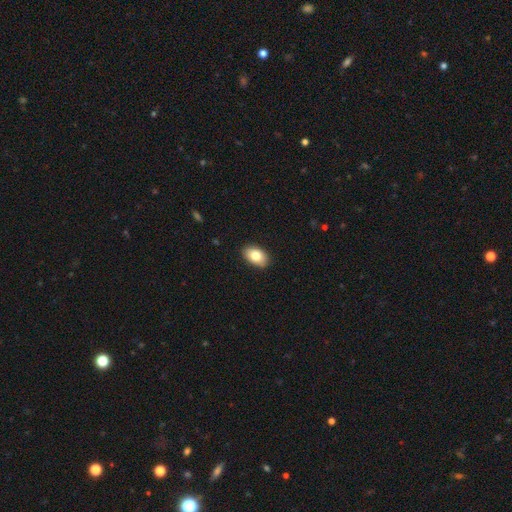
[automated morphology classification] smooth_or_featured: smooth (p=0.81) [alt: featured or disk p=0.12]
how_rounded: in between (p=0.89) [alt: round p=0.10]
merging: none (p=0.89) [alt: minor disturbance p=0.08]